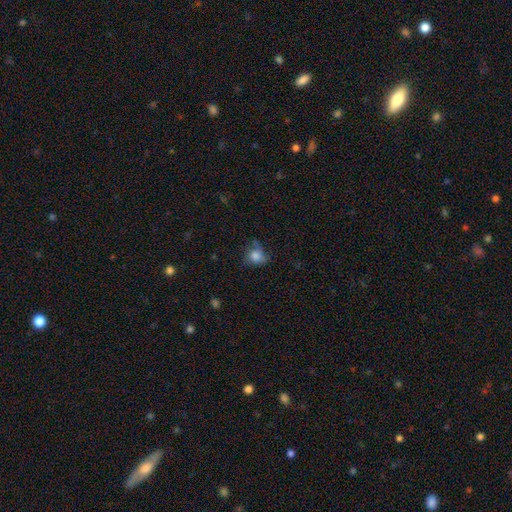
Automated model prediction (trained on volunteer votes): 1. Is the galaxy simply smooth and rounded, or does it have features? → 72% smooth, 16% featured or disk, 11% star or artifact.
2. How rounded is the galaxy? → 64% round, 35% in between, 1% cigar-shaped.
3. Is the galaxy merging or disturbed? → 47% none, 30% minor disturbance, 21% major disturbance, 2% merger.